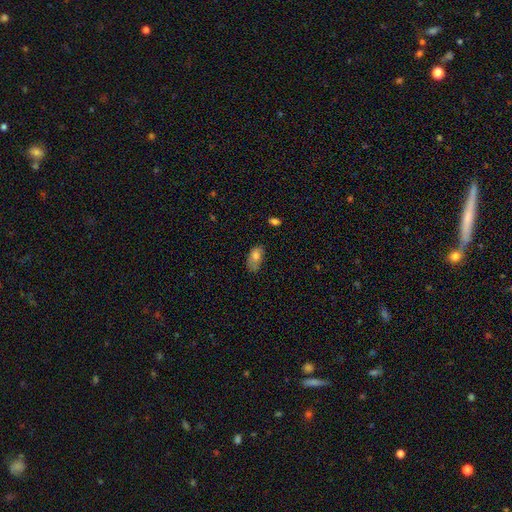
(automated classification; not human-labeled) Q: Smooth or featured?
A: smooth (76%); runner-up: featured or disk (16%)
Q: How rounded?
A: in between (91%); runner-up: round (6%)
Q: Merging?
A: none (56%); runner-up: minor disturbance (33%)